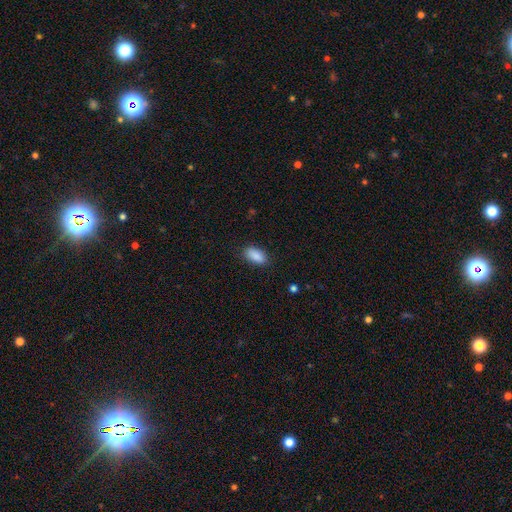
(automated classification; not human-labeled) smooth-or-featured: smooth: 89% | star or artifact: 7% | featured or disk: 4%
  how-rounded: in between: 92% | cigar-shaped: 5% | round: 3%
  merging: none: 84% | minor disturbance: 12% | major disturbance: 3% | merger: 1%